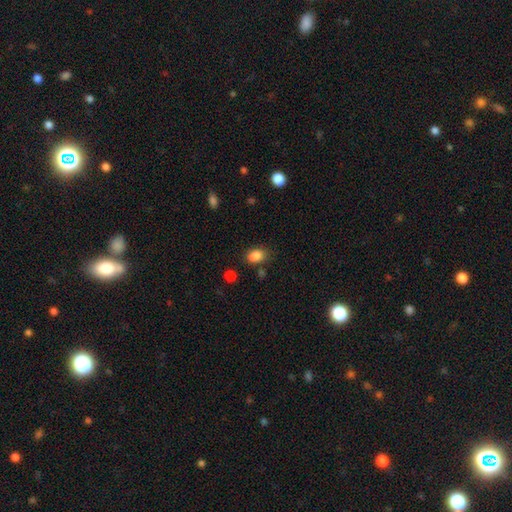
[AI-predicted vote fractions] Overall: smooth (86%). How rounded: in between (78%). Merging: none (72%).